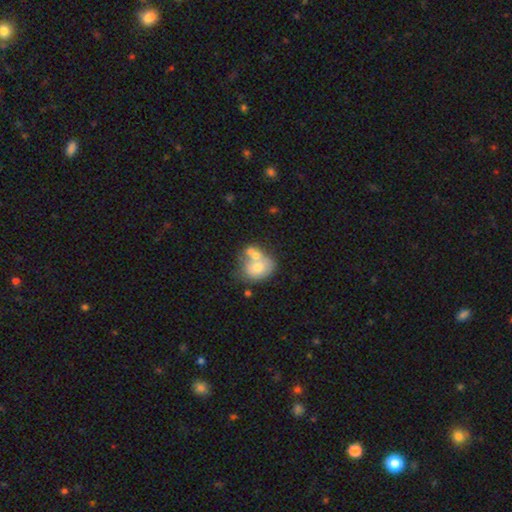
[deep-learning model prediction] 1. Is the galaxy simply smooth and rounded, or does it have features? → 59% smooth, 33% featured or disk, 7% star or artifact.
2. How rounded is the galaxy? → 50% round, 49% in between, 1% cigar-shaped.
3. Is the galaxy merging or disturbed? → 55% merger, 24% none, 13% minor disturbance, 7% major disturbance.